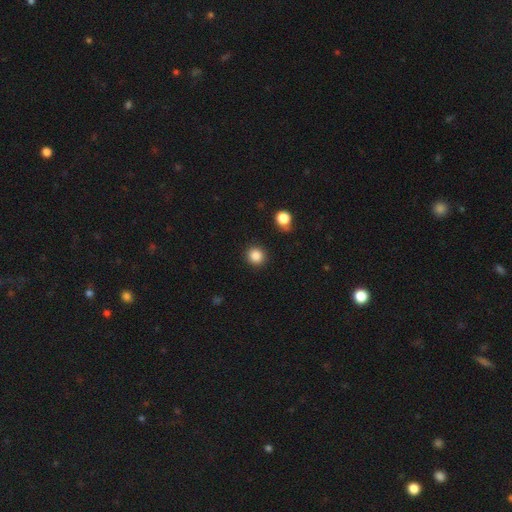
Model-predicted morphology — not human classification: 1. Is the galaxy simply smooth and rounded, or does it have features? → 86% smooth, 10% star or artifact, 3% featured or disk.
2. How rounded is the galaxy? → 90% round, 9% in between, 1% cigar-shaped.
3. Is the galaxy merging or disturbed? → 90% none, 6% minor disturbance, 2% major disturbance, 2% merger.